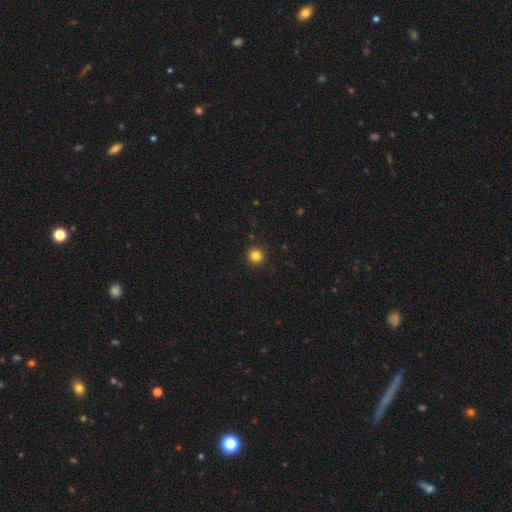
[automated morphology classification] This appears to be a smooth galaxy with no disk features (84%) that is round (96%). Merging: none (93%).